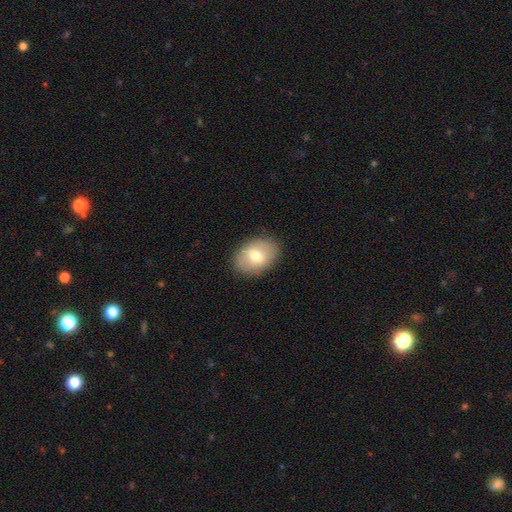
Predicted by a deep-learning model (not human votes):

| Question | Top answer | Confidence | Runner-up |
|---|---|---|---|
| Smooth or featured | smooth | 69% | featured or disk (24%) |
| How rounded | in between | 80% | round (19%) |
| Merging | none | 87% | minor disturbance (9%) |